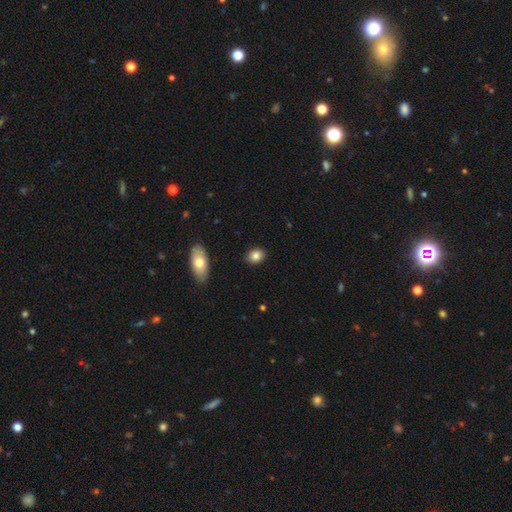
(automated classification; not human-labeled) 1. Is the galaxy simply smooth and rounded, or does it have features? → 83% smooth, 8% star or artifact, 8% featured or disk.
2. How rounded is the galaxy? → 57% in between, 42% round, 1% cigar-shaped.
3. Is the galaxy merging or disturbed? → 89% none, 7% minor disturbance, 2% major disturbance, 1% merger.